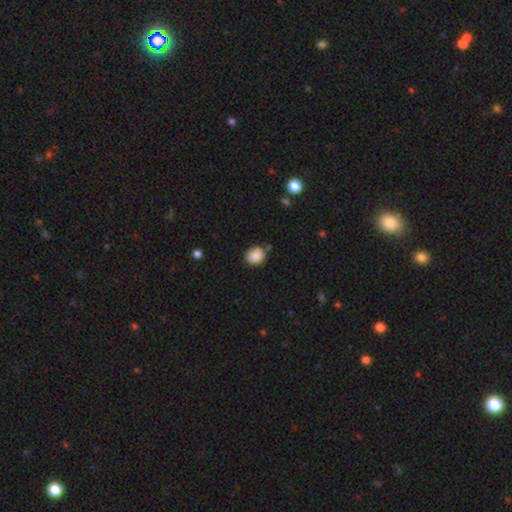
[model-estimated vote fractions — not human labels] Smooth or featured?
  - smooth: 87% *
  - star or artifact: 9%
  - featured or disk: 4%
How rounded?
  - round: 67% *
  - in between: 32%
  - cigar-shaped: 1%
Merging?
  - none: 74% *
  - minor disturbance: 18%
  - merger: 5%
  - major disturbance: 4%